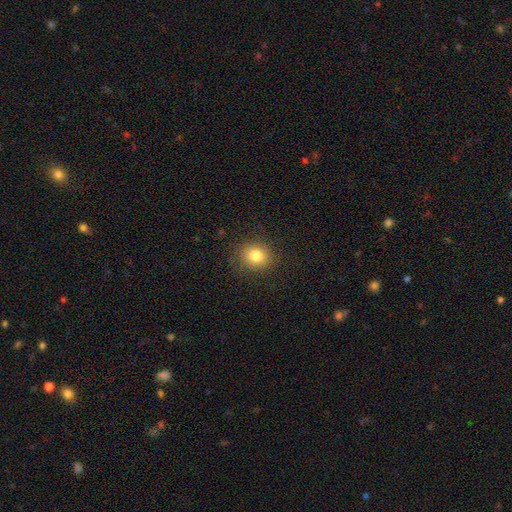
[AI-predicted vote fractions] A smooth galaxy with no disk features (80%) that is round (82%).

Vote fractions:
- Smooth or featured? smooth: 80% / star or artifact: 12% / featured or disk: 8%
- How rounded? round: 82% / in between: 17% / cigar-shaped: 1%
- Merging? none: 86% / minor disturbance: 9% / major disturbance: 3% / merger: 1%